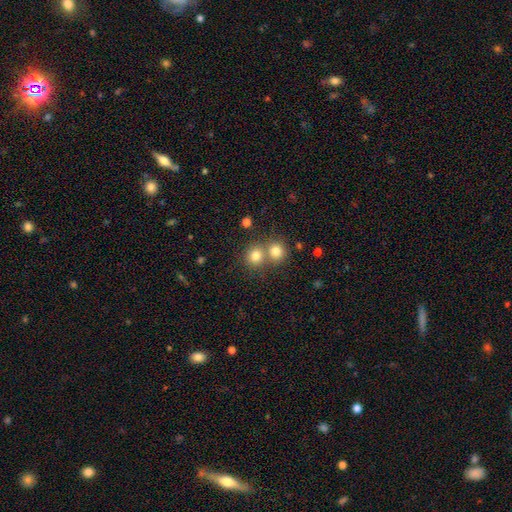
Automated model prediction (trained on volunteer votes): smooth-or-featured: smooth: 79% | star or artifact: 13% | featured or disk: 8%
  how-rounded: round: 87% | in between: 12% | cigar-shaped: 1%
  merging: none: 50% | merger: 42% | minor disturbance: 6% | major disturbance: 2%